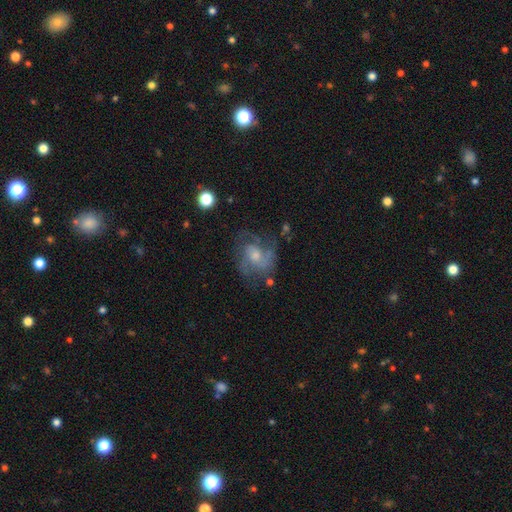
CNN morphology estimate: A featured or disk galaxy (73%) with no bar (68%), 2 (33%) medium (50%) spiral arms (85%) and a moderate central bulge (48%). Merging: none (53%).